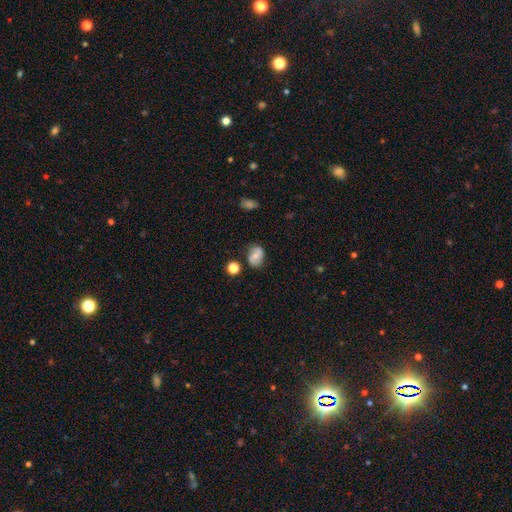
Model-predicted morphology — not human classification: smooth 59%, featured or disk 31%, star or artifact 10%. Down the decision tree: how rounded — in between (67%); merging — none (69%).